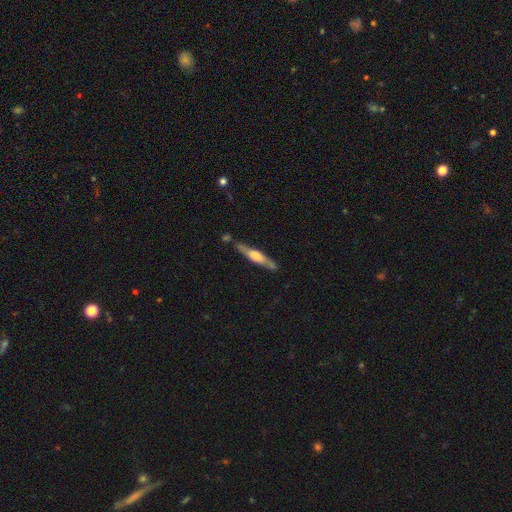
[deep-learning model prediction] Q: Smooth or featured?
A: featured or disk (59%); runner-up: smooth (36%)
Q: Edge-on disk?
A: yes (93%); runner-up: no (7%)
Q: Edge-on bulge?
A: rounded (68%); runner-up: boxy (23%)
Q: Merging?
A: none (76%); runner-up: minor disturbance (14%)